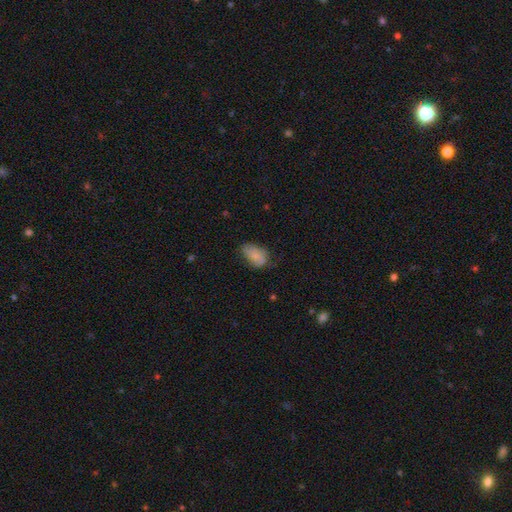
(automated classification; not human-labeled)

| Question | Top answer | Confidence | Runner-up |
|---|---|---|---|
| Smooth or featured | smooth | 76% | featured or disk (16%) |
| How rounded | in between | 91% | round (7%) |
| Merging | none | 53% | minor disturbance (34%) |